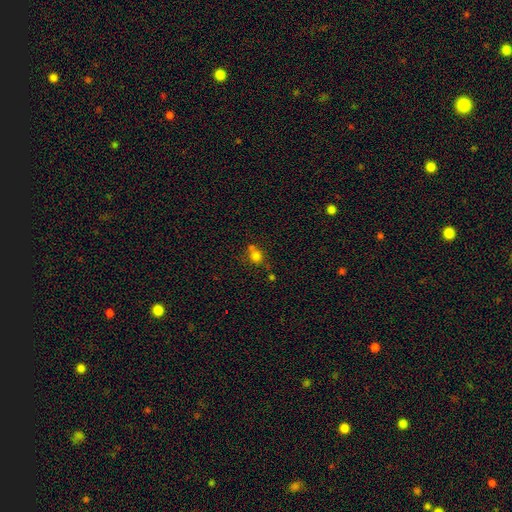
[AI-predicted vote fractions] smooth-or-featured: smooth: 75% | star or artifact: 16% | featured or disk: 9%
  how-rounded: round: 73% | in between: 26% | cigar-shaped: 1%
  merging: none: 51% | merger: 30% | minor disturbance: 14% | major disturbance: 5%